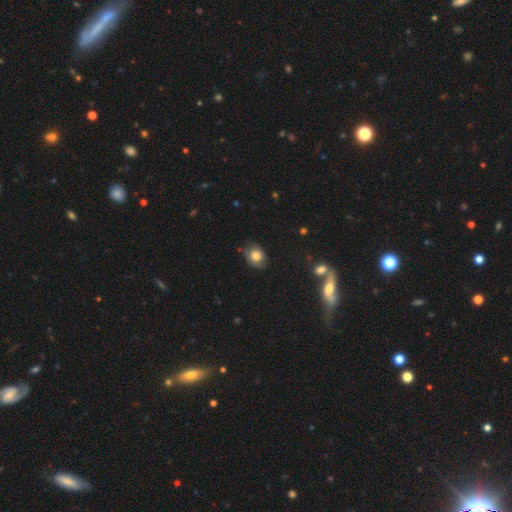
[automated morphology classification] A smooth galaxy with no disk features (76%) that is round (53%). Merging: none (72%).